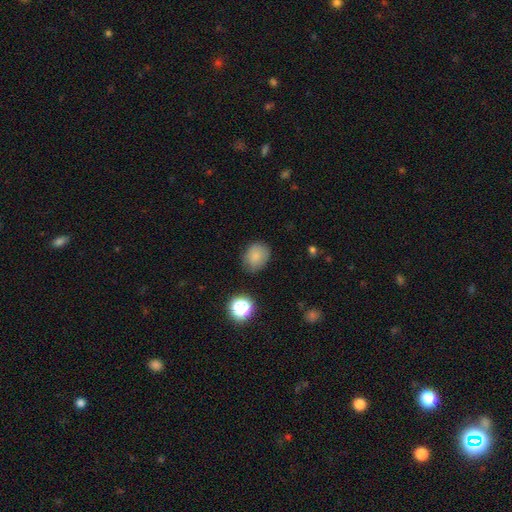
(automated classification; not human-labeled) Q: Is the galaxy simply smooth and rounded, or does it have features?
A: smooth — 81%.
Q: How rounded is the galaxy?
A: round — 56%.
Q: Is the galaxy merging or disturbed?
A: none — 76%.